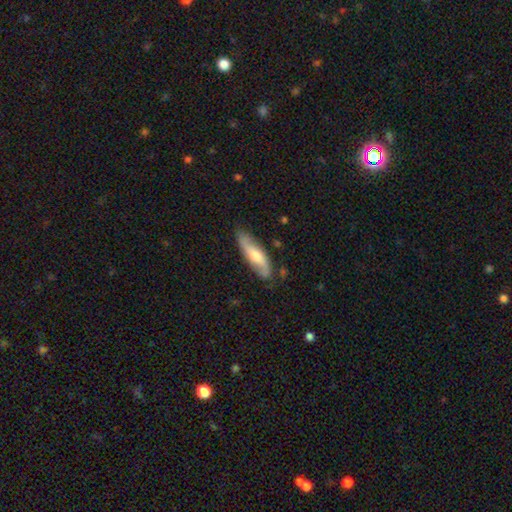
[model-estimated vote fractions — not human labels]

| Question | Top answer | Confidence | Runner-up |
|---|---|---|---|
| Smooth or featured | featured or disk | 51% | smooth (43%) |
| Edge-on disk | no | 66% | yes (34%) |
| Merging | none | 77% | minor disturbance (18%) |